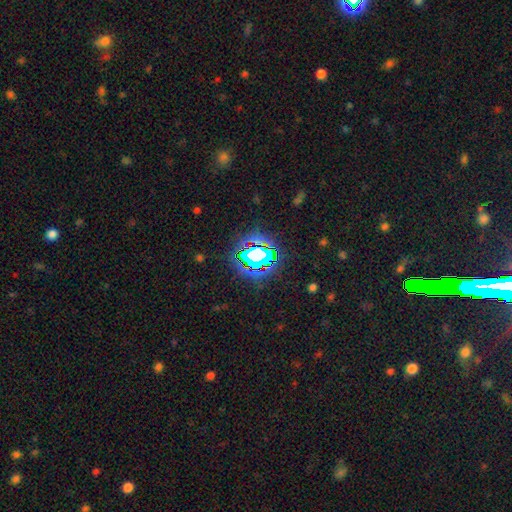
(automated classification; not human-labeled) This appears to be a star or artifact, not a galaxy (68%).